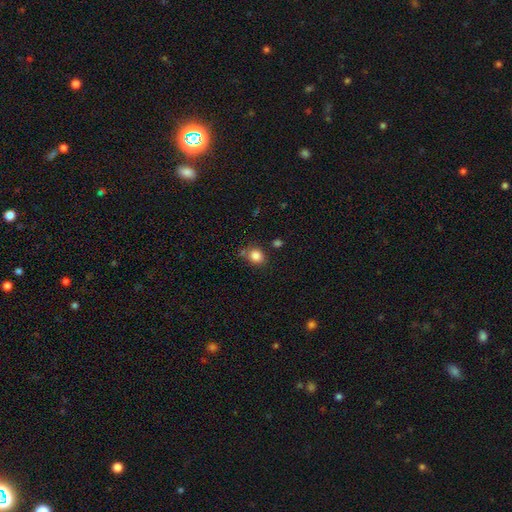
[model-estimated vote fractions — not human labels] A smooth galaxy with no disk features (84%) that is round (71%).

Vote fractions:
- Smooth or featured? smooth: 84% / star or artifact: 11% / featured or disk: 5%
- How rounded? round: 71% / in between: 28% / cigar-shaped: 1%
- Merging? none: 72% / minor disturbance: 14% / merger: 9% / major disturbance: 4%